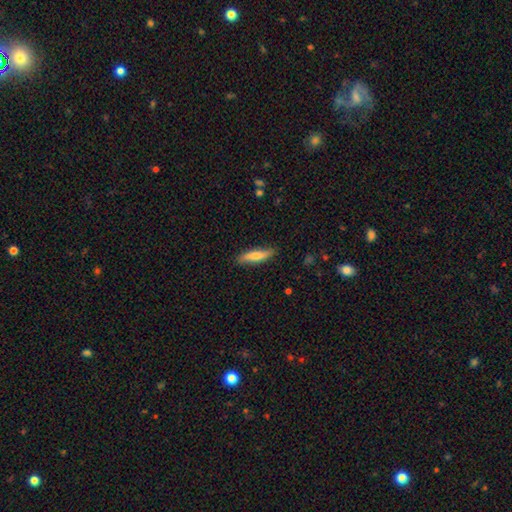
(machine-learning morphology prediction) smooth_or_featured: smooth (p=0.74) [alt: featured or disk p=0.21]
how_rounded: cigar-shaped (p=0.76) [alt: in between p=0.22]
merging: none (p=0.84) [alt: minor disturbance p=0.12]